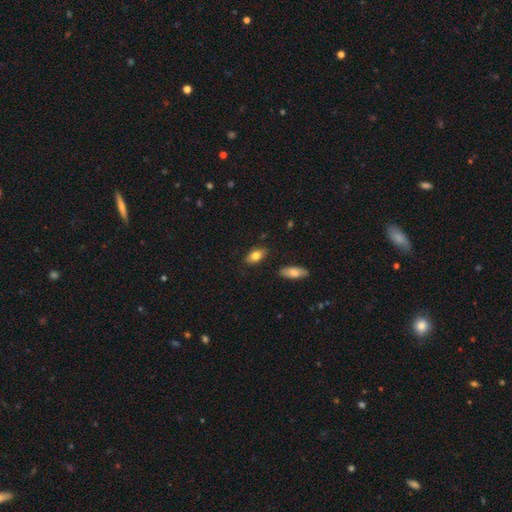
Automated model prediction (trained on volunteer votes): A smooth galaxy with no disk features (78%) that is in between round and cigar-shaped (88%).

Vote fractions:
- Smooth or featured? smooth: 78% / featured or disk: 15% / star or artifact: 7%
- How rounded? in between: 88% / cigar-shaped: 7% / round: 5%
- Merging? none: 84% / minor disturbance: 11% / major disturbance: 2% / merger: 2%